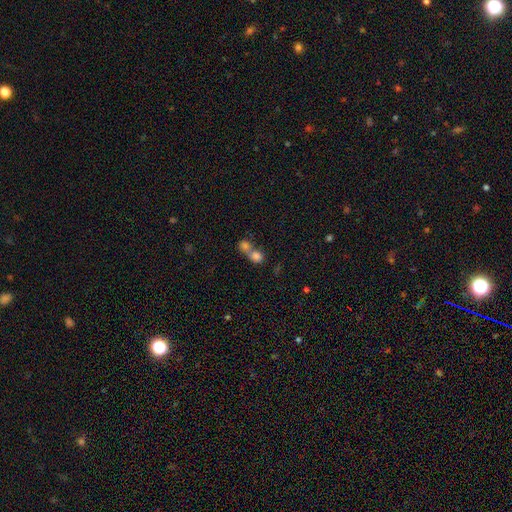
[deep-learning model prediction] A smooth galaxy with no disk features (78%) that is round (61%).

Vote fractions:
- Smooth or featured? smooth: 78% / featured or disk: 11% / star or artifact: 11%
- How rounded? round: 61% / in between: 37% / cigar-shaped: 2%
- Merging? merger: 72% / none: 21% / minor disturbance: 4% / major disturbance: 3%